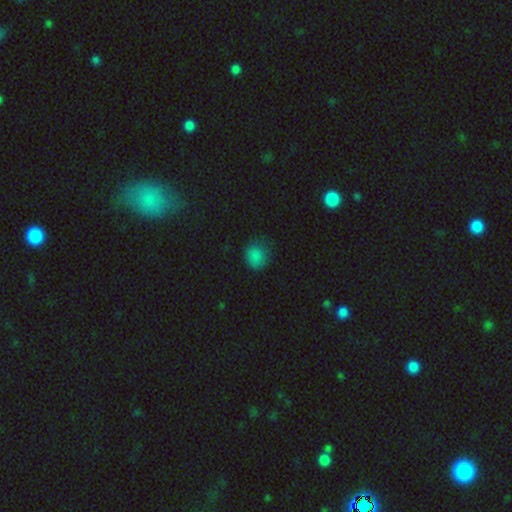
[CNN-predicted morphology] Smooth or featured: smooth — 82% (star or artifact — 13%)
How rounded: round — 77% (in between — 22%)
Merging: none — 71% (minor disturbance — 21%)